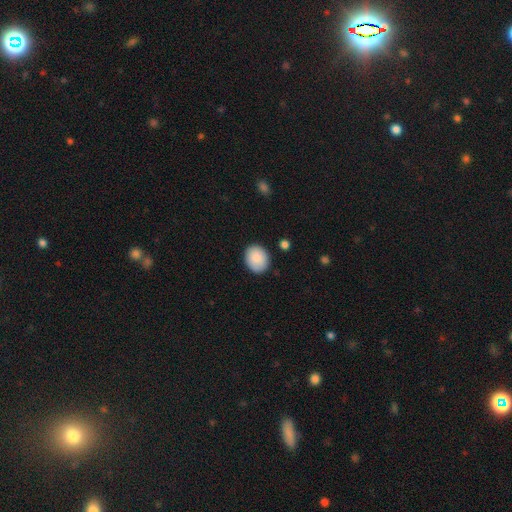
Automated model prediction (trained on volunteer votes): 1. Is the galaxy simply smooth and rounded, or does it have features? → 89% smooth, 6% star or artifact, 5% featured or disk.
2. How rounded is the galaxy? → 57% round, 42% in between, 1% cigar-shaped.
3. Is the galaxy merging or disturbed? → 87% none, 9% minor disturbance, 2% major disturbance, 2% merger.